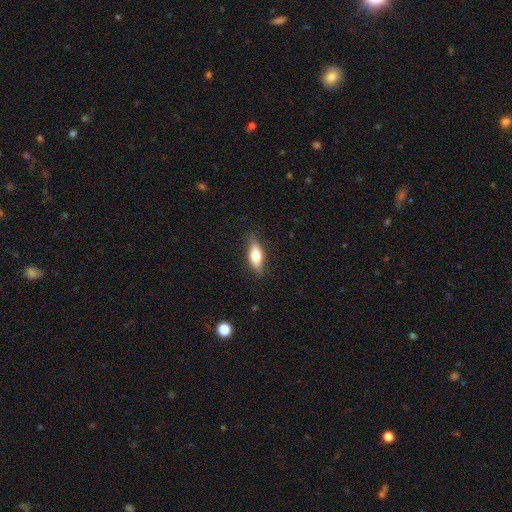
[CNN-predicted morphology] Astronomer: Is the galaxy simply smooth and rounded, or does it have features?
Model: smooth — 68%.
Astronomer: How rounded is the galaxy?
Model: in between — 70%.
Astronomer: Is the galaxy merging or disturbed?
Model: none — 82%.